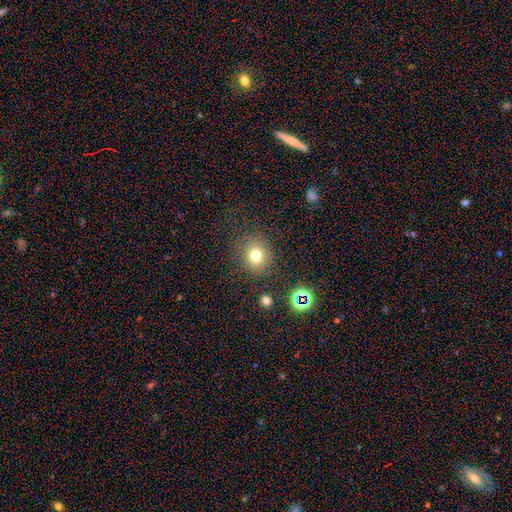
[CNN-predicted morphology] A smooth galaxy with no disk features (75%) that is round (78%).

Vote fractions:
- Smooth or featured? smooth: 75% / star or artifact: 16% / featured or disk: 9%
- How rounded? round: 78% / in between: 21% / cigar-shaped: 1%
- Merging? none: 82% / minor disturbance: 10% / major disturbance: 5% / merger: 2%